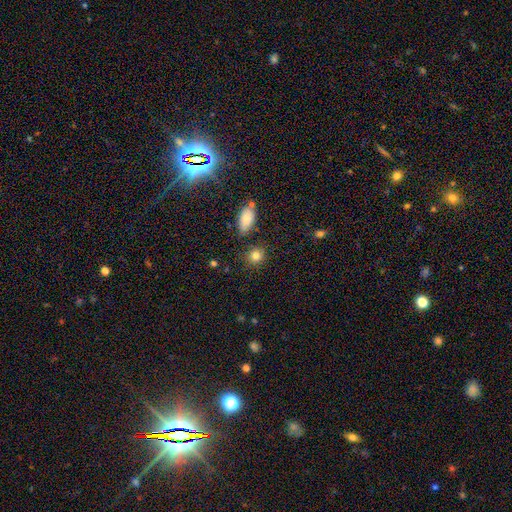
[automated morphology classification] Smooth or featured?
  - smooth: 83% *
  - star or artifact: 10%
  - featured or disk: 7%
How rounded?
  - round: 78% *
  - in between: 21%
  - cigar-shaped: 1%
Merging?
  - none: 83% *
  - minor disturbance: 10%
  - merger: 4%
  - major disturbance: 3%